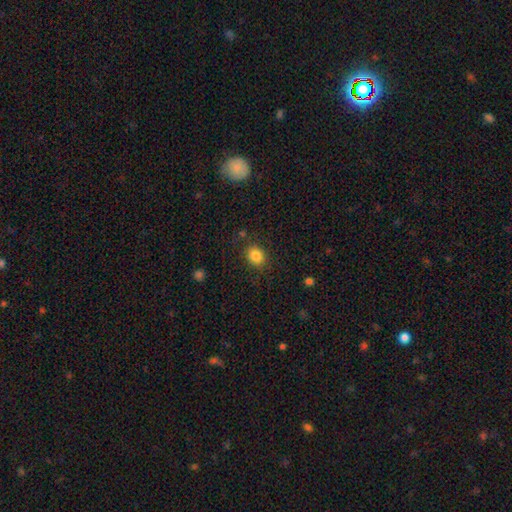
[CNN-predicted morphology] The model was most divided on "how rounded": round: 61%, in between: 38%, cigar-shaped: 1%. More confident: smooth or featured — smooth (85%); merging — none (84%).